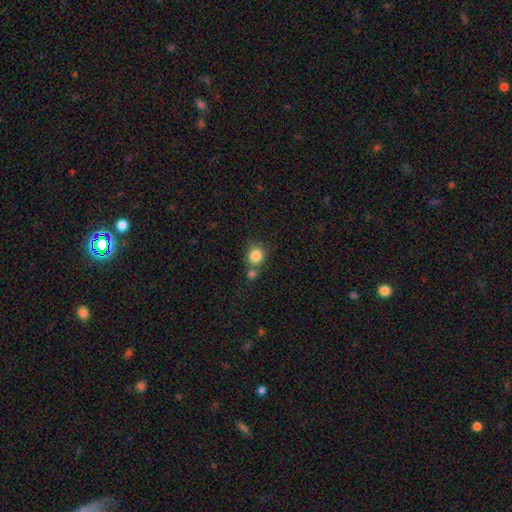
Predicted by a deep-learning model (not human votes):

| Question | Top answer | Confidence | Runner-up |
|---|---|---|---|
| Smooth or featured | smooth | 84% | star or artifact (10%) |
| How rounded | round | 86% | in between (13%) |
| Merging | none | 56% | merger (31%) |